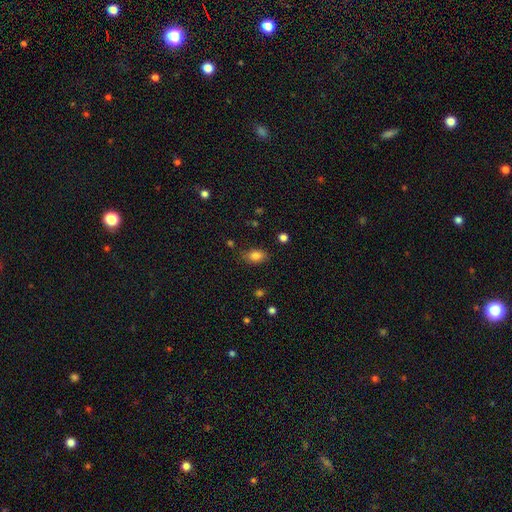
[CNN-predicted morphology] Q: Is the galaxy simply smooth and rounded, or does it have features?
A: smooth — 82%.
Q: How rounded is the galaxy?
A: in between — 82%.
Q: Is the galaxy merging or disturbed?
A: none — 79%.